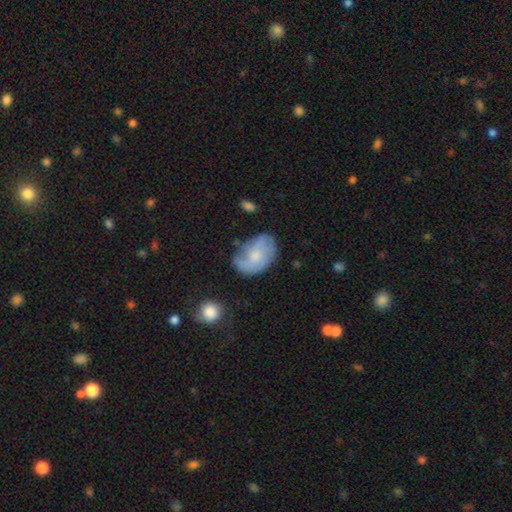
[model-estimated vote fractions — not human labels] smooth_or_featured: featured or disk (p=0.48) [alt: smooth p=0.44]
merging: none (p=0.57) [alt: minor disturbance p=0.29]